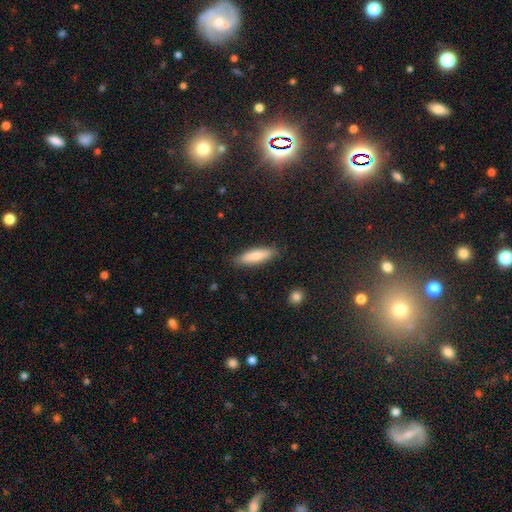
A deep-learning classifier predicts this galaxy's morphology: smooth 77%, featured or disk 18%, star or artifact 6%. Down the decision tree: how rounded — cigar-shaped (62%); merging — none (86%).